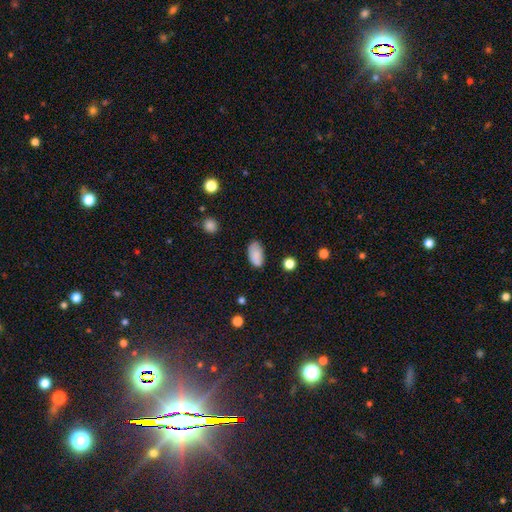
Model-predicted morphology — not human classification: Smooth or featured: smooth — 83% (featured or disk — 9%)
How rounded: in between — 94% (round — 4%)
Merging: none — 72% (minor disturbance — 20%)